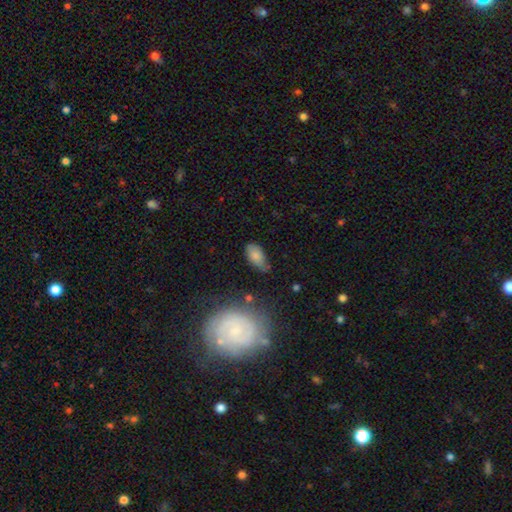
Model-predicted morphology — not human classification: This is likely a smooth galaxy (77%). How rounded: clearly in between (92%). Merging: possibly none (51%).